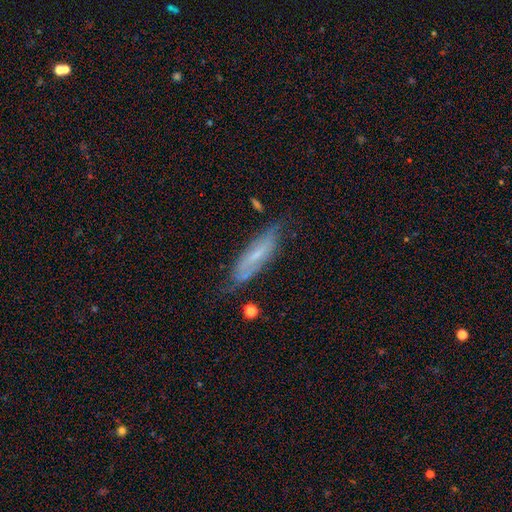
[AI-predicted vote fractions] Overall: featured or disk (57%; smooth 35%). Edge-on disk: no (60%; yes 40%). Merging: none (63%; minor disturbance 26%).